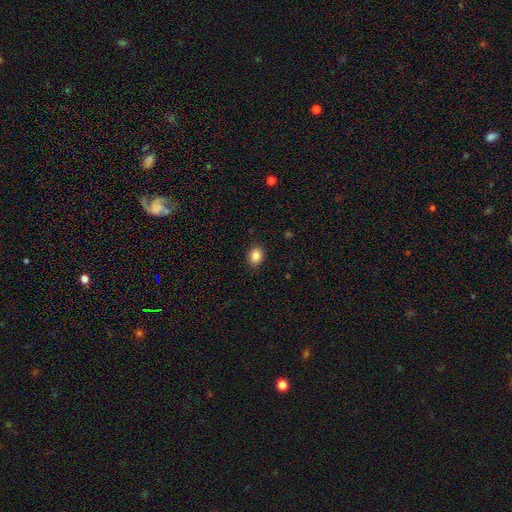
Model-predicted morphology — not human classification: A smooth galaxy with no disk features (86%) that is in between round and cigar-shaped (54%).

Vote fractions:
- Smooth or featured? smooth: 86% / star or artifact: 9% / featured or disk: 5%
- How rounded? in between: 54% / round: 45% / cigar-shaped: 1%
- Merging? none: 88% / minor disturbance: 8% / major disturbance: 2% / merger: 1%